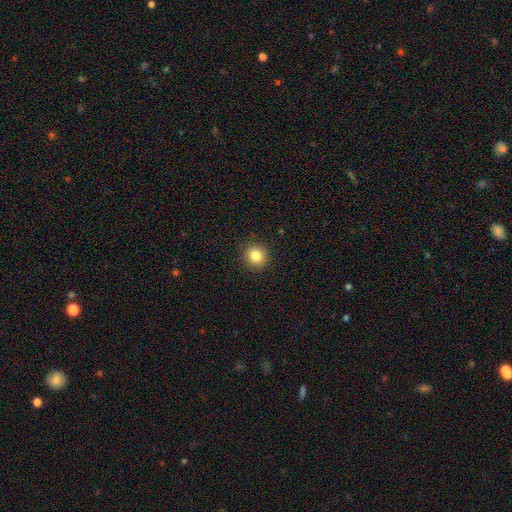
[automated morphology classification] Smooth or featured? Predicted: smooth (p=0.83). How rounded? Predicted: round (p=0.90). Merging? Predicted: none (p=0.92).